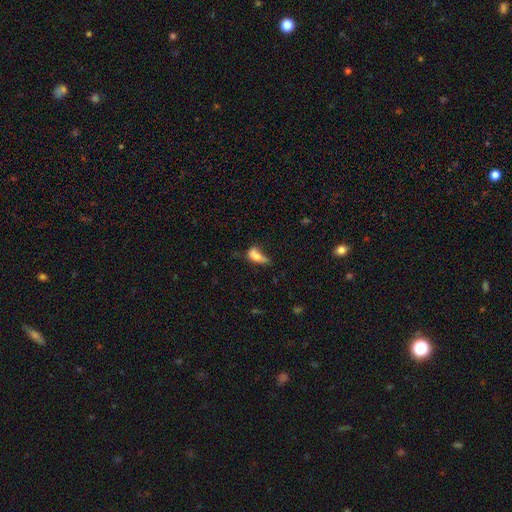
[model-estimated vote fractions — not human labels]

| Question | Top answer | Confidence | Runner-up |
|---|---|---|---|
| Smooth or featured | smooth | 68% | featured or disk (21%) |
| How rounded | in between | 76% | cigar-shaped (19%) |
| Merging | major disturbance | 31% | minor disturbance (30%) |